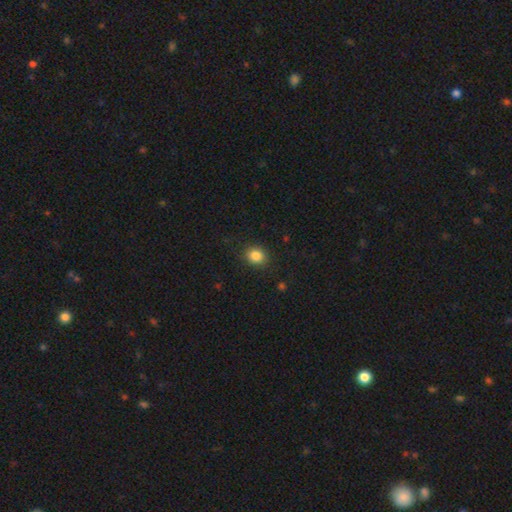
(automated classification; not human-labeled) This appears to be a smooth galaxy with no disk features (84%) that is round (71%). Merging: none (89%).